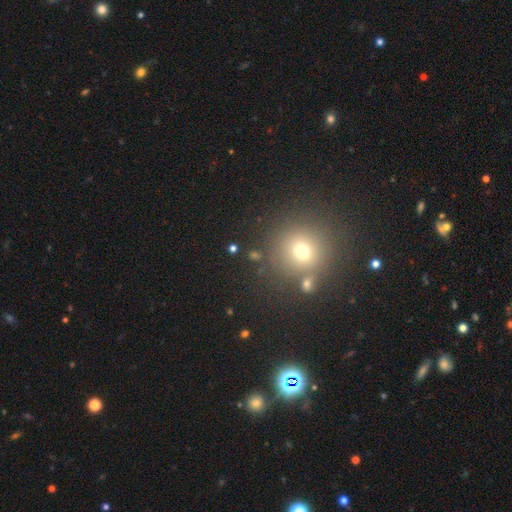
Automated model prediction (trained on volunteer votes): Overall: smooth (57%; star or artifact 32%). How rounded: round (89%). Merging: none (78%).